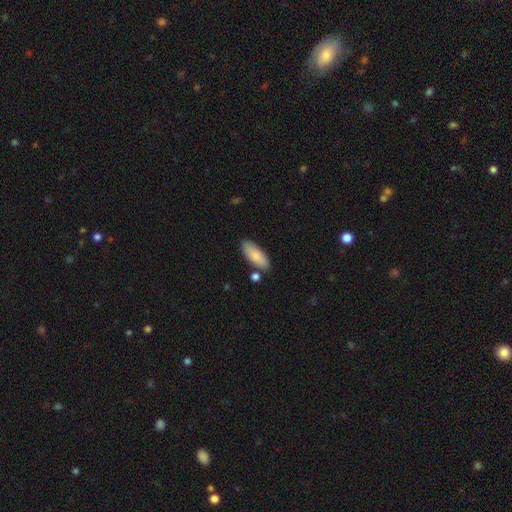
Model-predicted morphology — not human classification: Smooth or featured? Predicted: smooth (p=0.84). How rounded? Predicted: in between (p=0.79). Merging? Predicted: none (p=0.78).